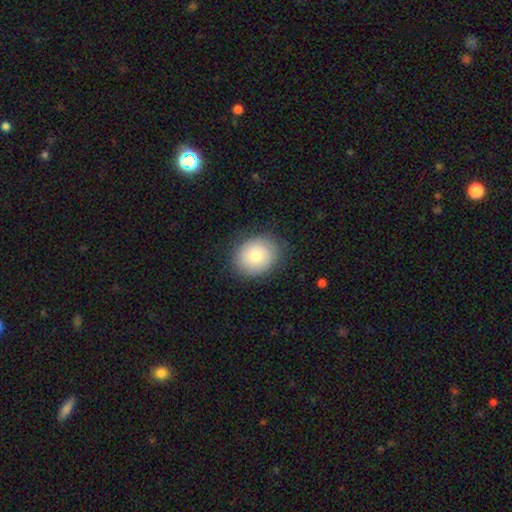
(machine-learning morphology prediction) Overall: smooth (76%). How rounded: round (62%; in between 38%). Merging: none (84%).